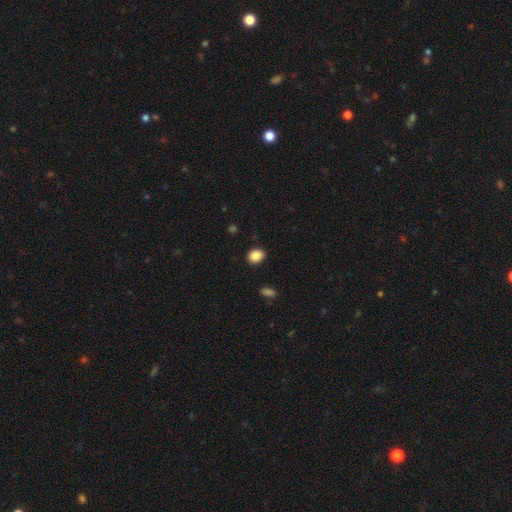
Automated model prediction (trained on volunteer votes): This is clearly a smooth galaxy (88%). How rounded: possibly in between (59%). Merging: clearly none (89%).